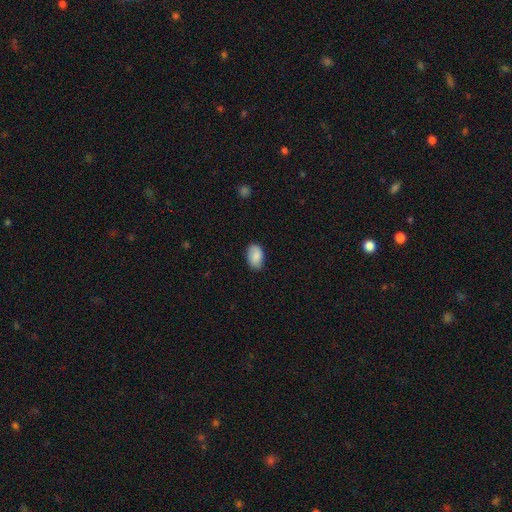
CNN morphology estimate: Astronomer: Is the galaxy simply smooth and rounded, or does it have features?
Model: smooth — 85%.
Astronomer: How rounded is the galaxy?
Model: in between — 90%.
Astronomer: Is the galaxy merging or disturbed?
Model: none — 81%.